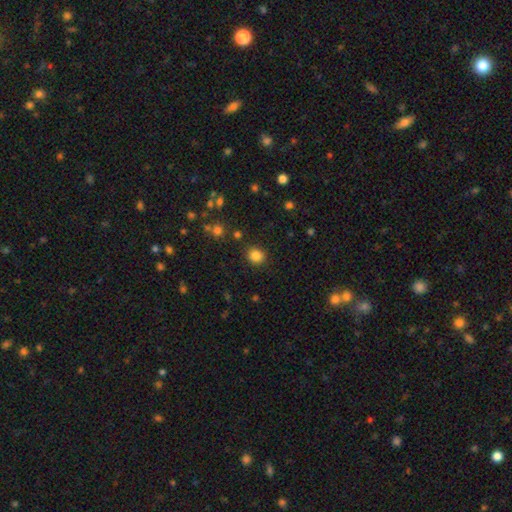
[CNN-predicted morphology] Smooth or featured: smooth — 84% (star or artifact — 12%)
How rounded: round — 80% (in between — 19%)
Merging: none — 88% (minor disturbance — 7%)